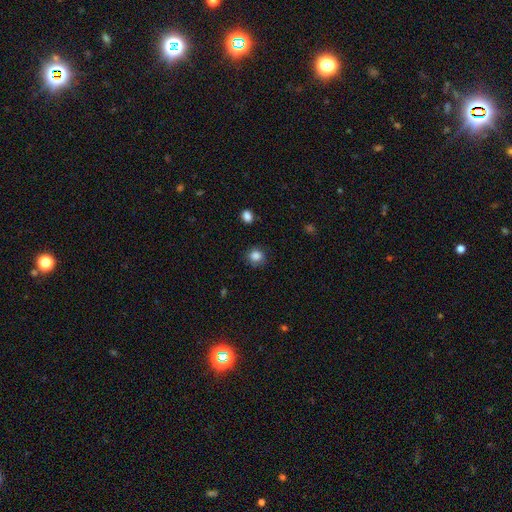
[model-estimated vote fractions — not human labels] smooth-or-featured: smooth: 85% | star or artifact: 10% | featured or disk: 5%
  how-rounded: round: 80% | in between: 19% | cigar-shaped: 1%
  merging: none: 78% | minor disturbance: 16% | major disturbance: 4% | merger: 2%